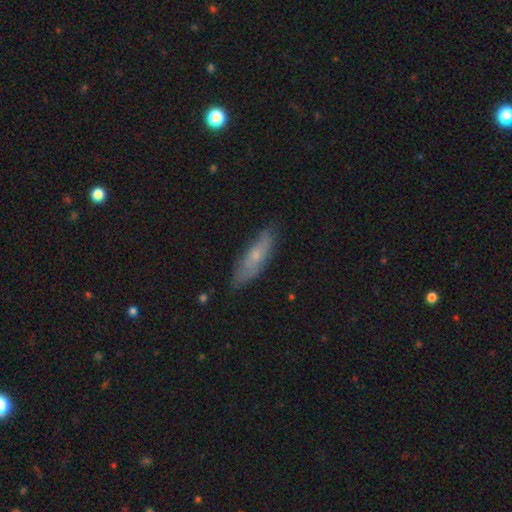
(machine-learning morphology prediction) The model was most divided on "smooth or featured": smooth: 57%, featured or disk: 36%, star or artifact: 7%. More confident: merging — none (79%); how rounded — cigar-shaped (62%).